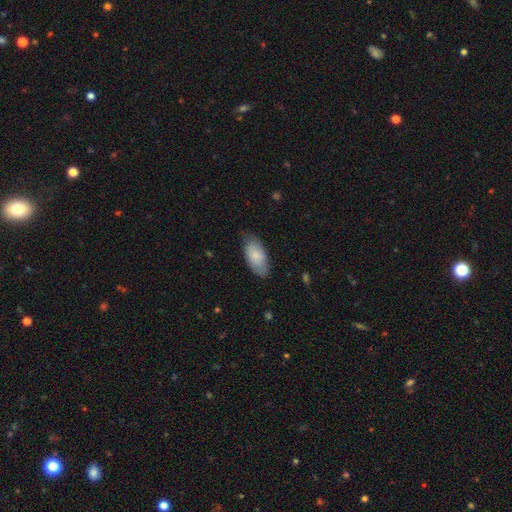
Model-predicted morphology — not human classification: smooth_or_featured: smooth (p=0.79) [alt: featured or disk p=0.15]
how_rounded: in between (p=0.93) [alt: cigar-shaped p=0.04]
merging: none (p=0.72) [alt: minor disturbance p=0.23]